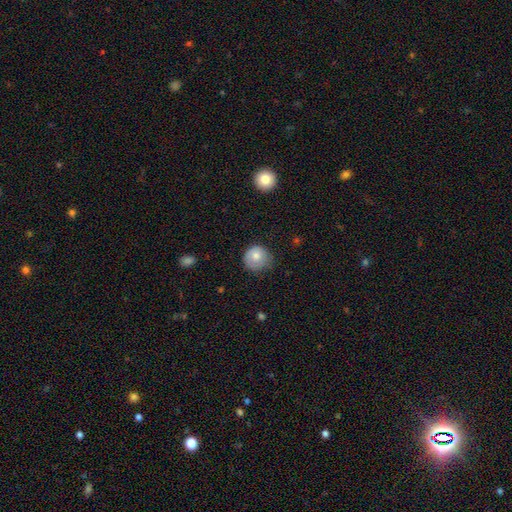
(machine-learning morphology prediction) The model was most divided on "merging": none: 63%, minor disturbance: 29%, major disturbance: 7%, merger: 1%. More confident: how rounded — round (89%); smooth or featured — smooth (78%).